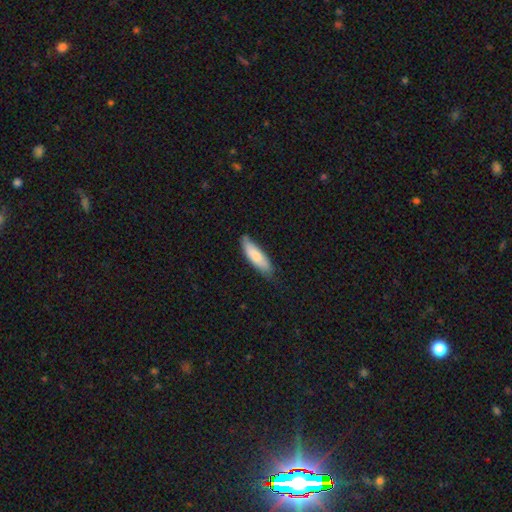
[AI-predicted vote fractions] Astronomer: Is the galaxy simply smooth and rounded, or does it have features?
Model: smooth — 77%.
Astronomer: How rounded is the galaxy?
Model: cigar-shaped — 52% (runner-up: in between, 47%).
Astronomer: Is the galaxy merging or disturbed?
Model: none — 72%.